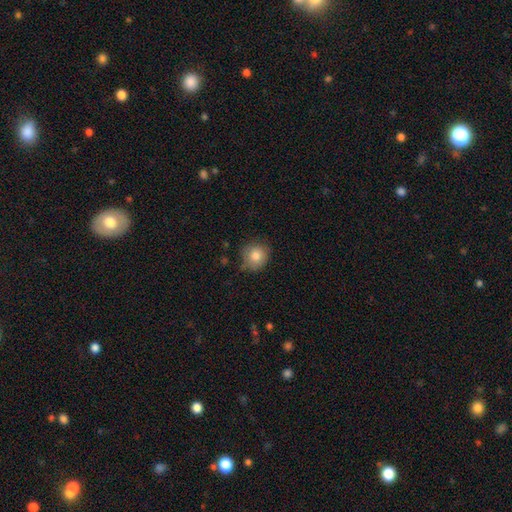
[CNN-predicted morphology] Smooth or featured? smooth (83%)
How rounded? round (87%)
Merging? none (71%)